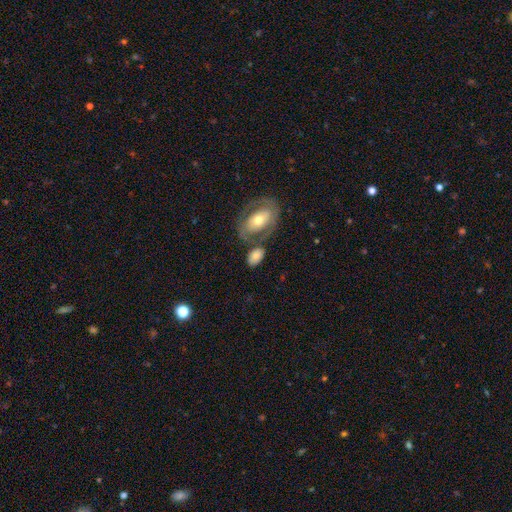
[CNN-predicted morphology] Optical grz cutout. It shows a smooth galaxy with no disk features (63%) that is in between round and cigar-shaped (87%). Merging: none (49%).